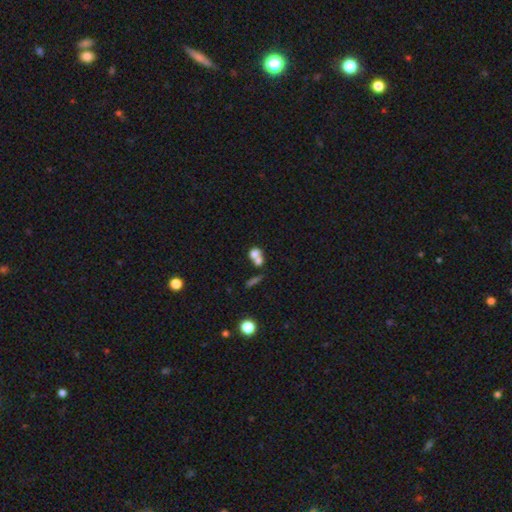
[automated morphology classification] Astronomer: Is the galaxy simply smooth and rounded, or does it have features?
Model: smooth — 69%.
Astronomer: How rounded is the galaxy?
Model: round — 52% (runner-up: in between, 45%).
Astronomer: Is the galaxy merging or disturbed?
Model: merger — 63%.